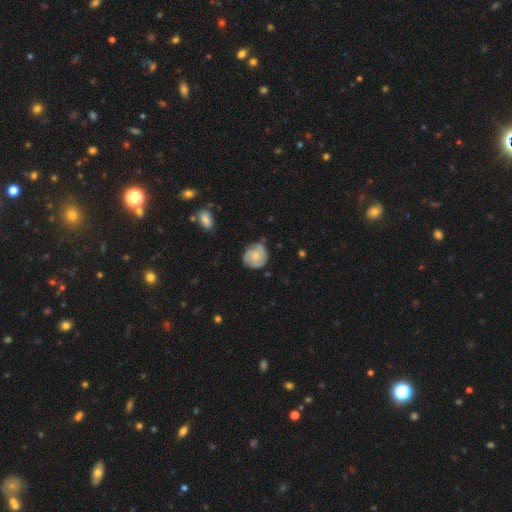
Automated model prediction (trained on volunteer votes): smooth_or_featured: featured or disk (p=0.52) [alt: smooth p=0.42]
disk_edge_on: no (p=0.97) [alt: yes p=0.03]
bar: no (p=0.74) [alt: weak p=0.23]
has_spiral_arms: yes (p=0.86) [alt: no p=0.14]
bulge_size: small (p=0.48) [alt: moderate p=0.38]
merging: none (p=0.70) [alt: minor disturbance p=0.23]